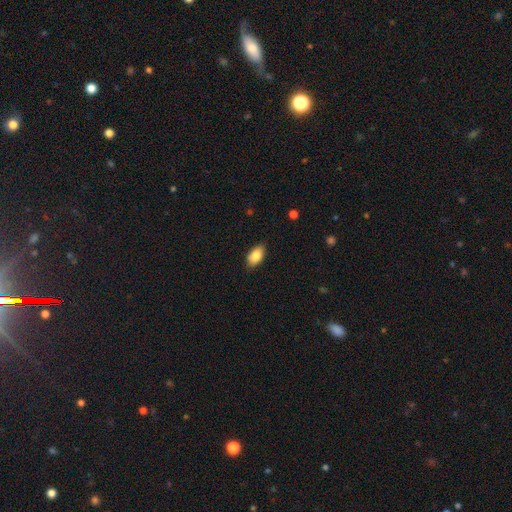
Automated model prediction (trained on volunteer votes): A smooth galaxy with no disk features (84%) that is in between round and cigar-shaped (92%).

Vote fractions:
- Smooth or featured? smooth: 84% / featured or disk: 9% / star or artifact: 7%
- How rounded? in between: 92% / round: 5% / cigar-shaped: 3%
- Merging? none: 82% / minor disturbance: 15% / major disturbance: 2% / merger: 1%